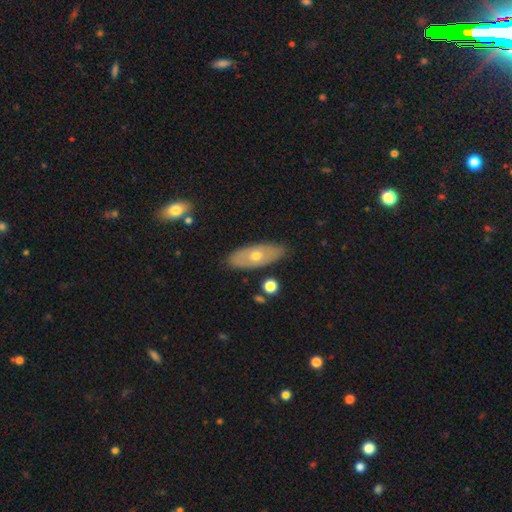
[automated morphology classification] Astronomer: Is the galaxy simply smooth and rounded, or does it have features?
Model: smooth — 51% (runner-up: featured or disk, 43%).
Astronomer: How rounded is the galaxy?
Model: in between — 82%.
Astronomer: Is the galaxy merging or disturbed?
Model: none — 85%.